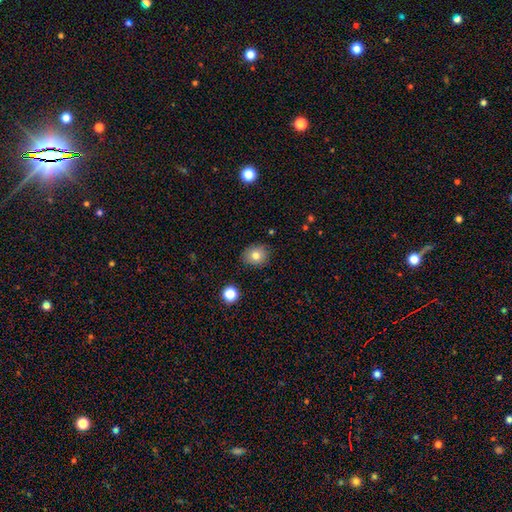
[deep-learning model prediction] smooth_or_featured: smooth (p=0.78) [alt: featured or disk p=0.11]
how_rounded: round (p=0.65) [alt: in between p=0.34]
merging: none (p=0.84) [alt: minor disturbance p=0.12]